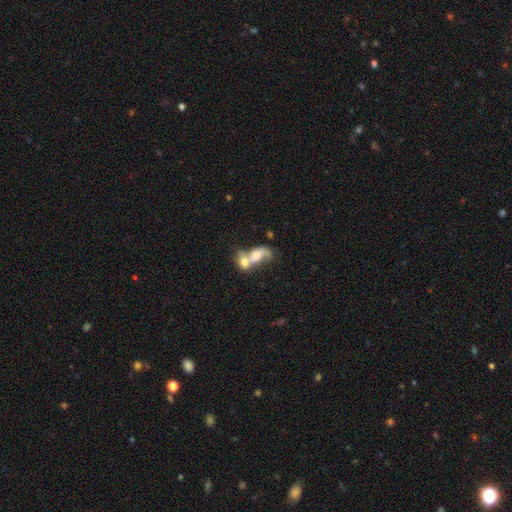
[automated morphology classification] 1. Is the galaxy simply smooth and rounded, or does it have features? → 51% smooth, 40% featured or disk, 9% star or artifact.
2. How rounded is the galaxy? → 76% in between, 18% round, 5% cigar-shaped.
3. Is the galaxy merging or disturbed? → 77% merger, 10% none, 8% major disturbance, 5% minor disturbance.